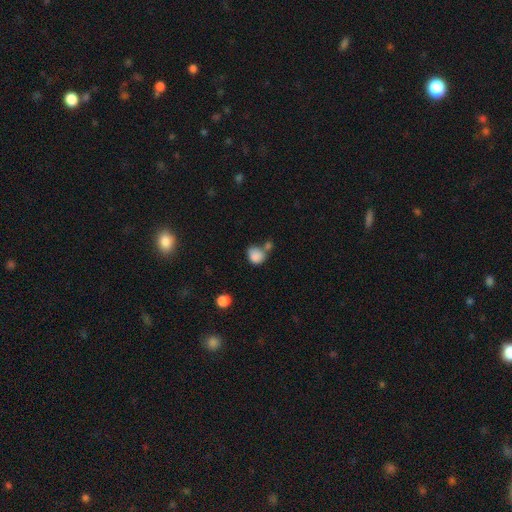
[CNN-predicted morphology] Smooth or featured?
  - smooth: 85% *
  - star or artifact: 9%
  - featured or disk: 6%
How rounded?
  - round: 68% *
  - in between: 30%
  - cigar-shaped: 1%
Merging?
  - none: 43% *
  - merger: 32%
  - minor disturbance: 17%
  - major disturbance: 7%